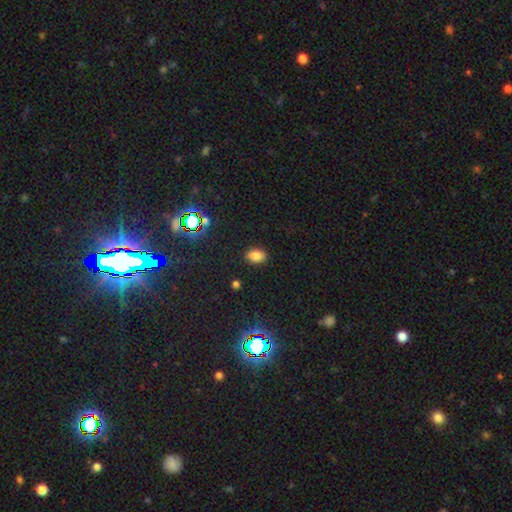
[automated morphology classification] Q: Smooth or featured?
A: smooth (80%); runner-up: star or artifact (14%)
Q: How rounded?
A: in between (82%); runner-up: round (17%)
Q: Merging?
A: none (87%); runner-up: minor disturbance (9%)